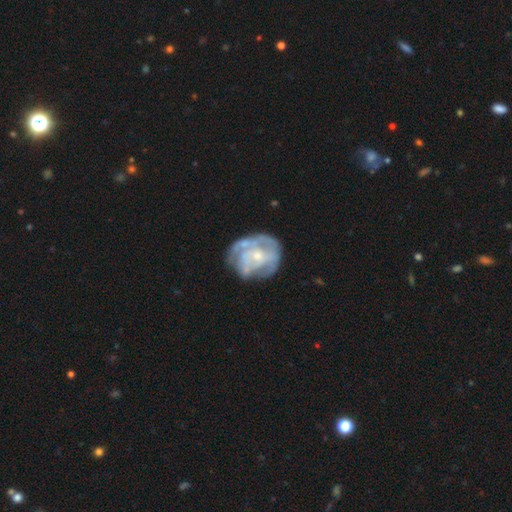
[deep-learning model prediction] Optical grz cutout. It shows a featured or disk galaxy (69%) with no bar (77%), spiral arms (51%) and a small central bulge (55%). Merging: none (52%).